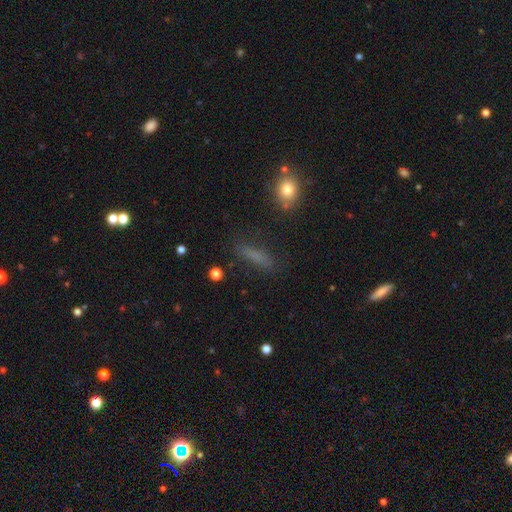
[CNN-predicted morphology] Smooth or featured?
  - smooth: 69% *
  - featured or disk: 16%
  - star or artifact: 15%
How rounded?
  - cigar-shaped: 76% *
  - in between: 21%
  - round: 4%
Merging?
  - none: 76% *
  - minor disturbance: 15%
  - major disturbance: 6%
  - merger: 3%